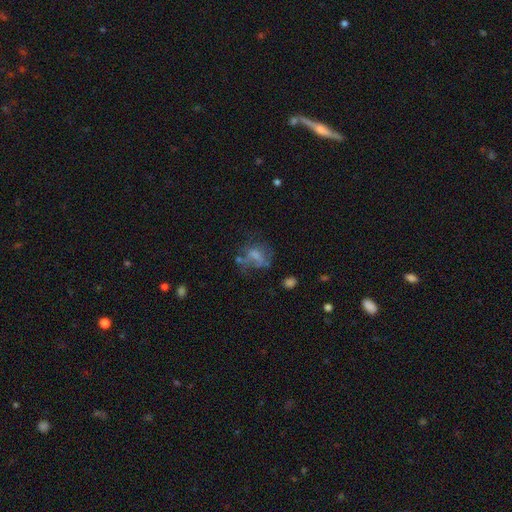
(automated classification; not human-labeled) Smooth or featured? Predicted: smooth (p=0.44). Merging? Predicted: major disturbance (p=0.36).